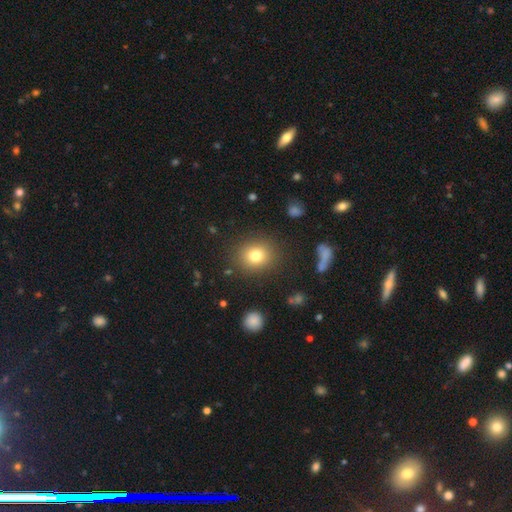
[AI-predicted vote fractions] A smooth galaxy with no disk features (78%) that is round (78%). Merging: none (86%).